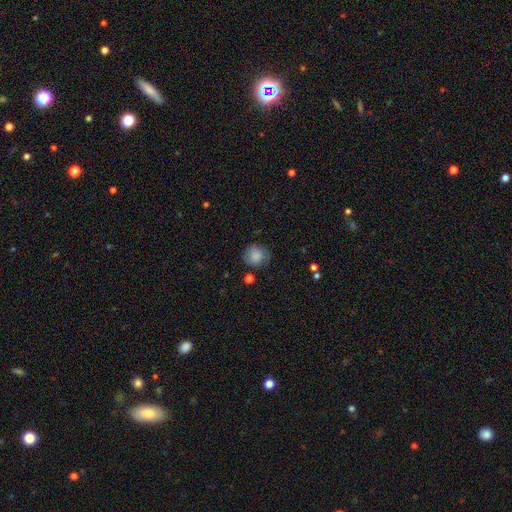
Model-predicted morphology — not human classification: Smooth or featured?
  - smooth: 81% *
  - featured or disk: 10%
  - star or artifact: 9%
How rounded?
  - round: 88% *
  - in between: 11%
  - cigar-shaped: 1%
Merging?
  - none: 72% *
  - minor disturbance: 20%
  - major disturbance: 6%
  - merger: 2%